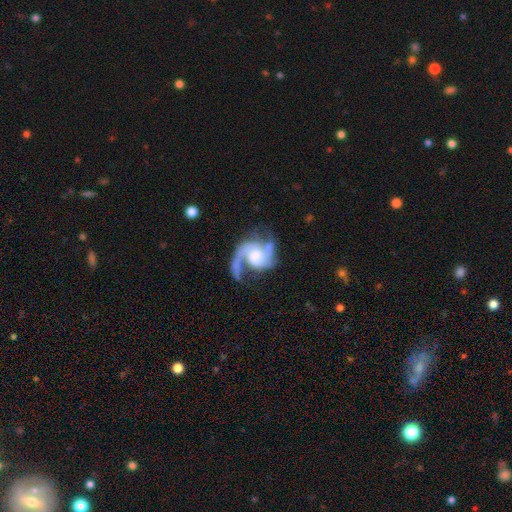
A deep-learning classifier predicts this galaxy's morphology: featured or disk 89%, smooth 7%, star or artifact 5%. Down the decision tree: edge-on disk — no (98%); bar — no (62%); spiral arms — yes (97%); spiral arm count — 2 (62%); spiral winding — medium (48%); bulge size — moderate (43%); merging — none (53%).